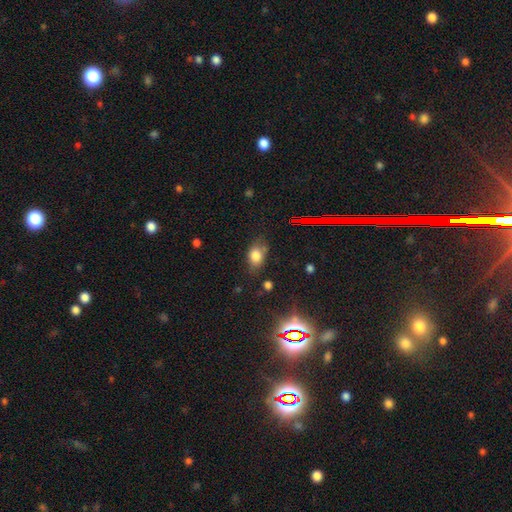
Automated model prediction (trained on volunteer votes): This appears to be a smooth galaxy with no disk features (76%) that is in between round and cigar-shaped (79%). Merging: none (67%).